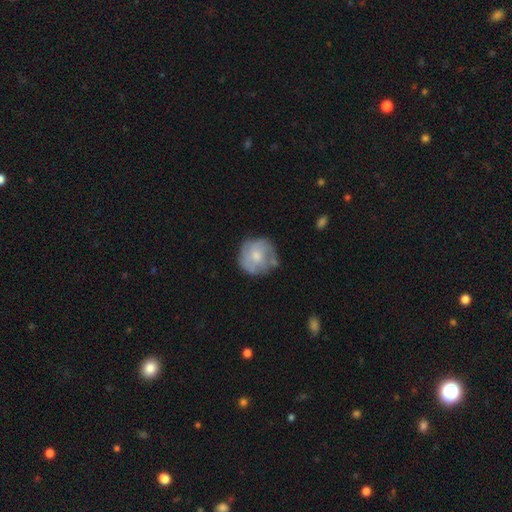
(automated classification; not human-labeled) This is possibly a featured or disk galaxy (51%). It is clearly not viewed edge-on (98%). Merging: likely none (64%).